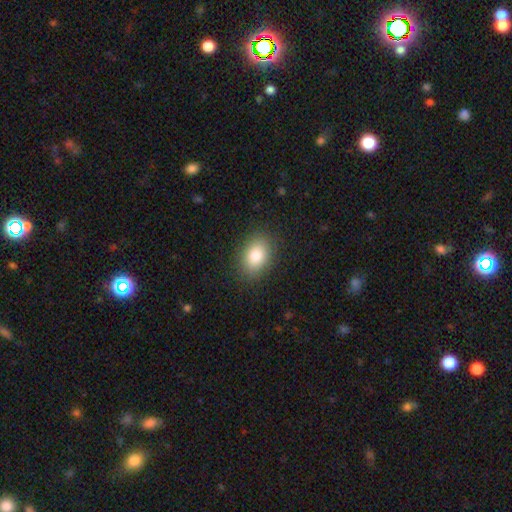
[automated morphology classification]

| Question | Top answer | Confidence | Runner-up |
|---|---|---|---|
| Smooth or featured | smooth | 83% | star or artifact (9%) |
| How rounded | in between | 80% | round (19%) |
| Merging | none | 87% | minor disturbance (9%) |